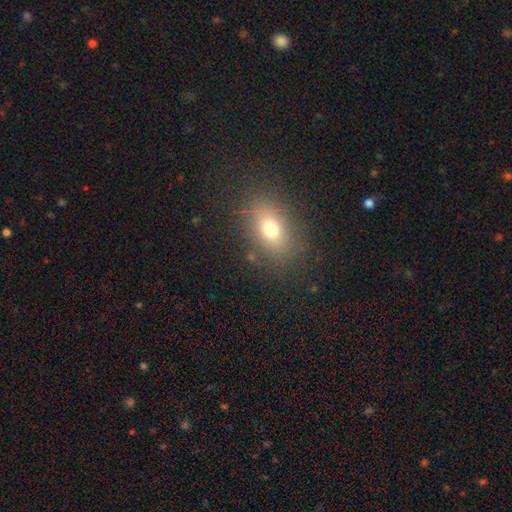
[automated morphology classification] type=smooth (69%); roundness=in between (75%); merging=none (86%).